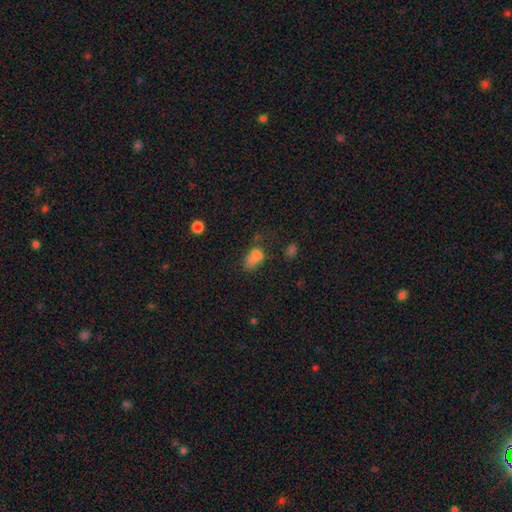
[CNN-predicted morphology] Smooth or featured? Predicted: smooth (p=0.70). How rounded? Predicted: in between (p=0.81). Merging? Predicted: none (p=0.33).